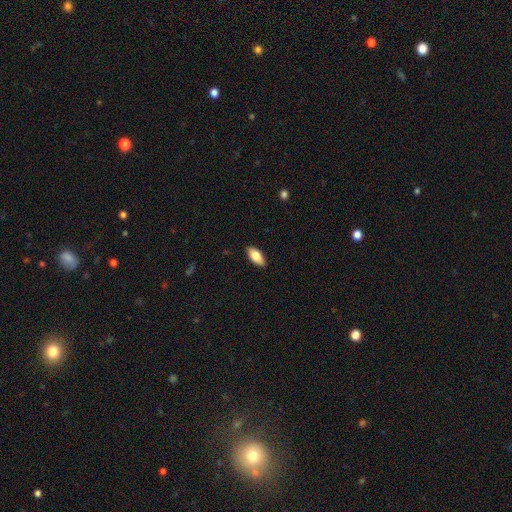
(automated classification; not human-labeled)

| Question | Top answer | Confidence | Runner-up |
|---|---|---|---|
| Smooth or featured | smooth | 80% | featured or disk (14%) |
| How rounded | in between | 88% | cigar-shaped (9%) |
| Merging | none | 89% | minor disturbance (8%) |